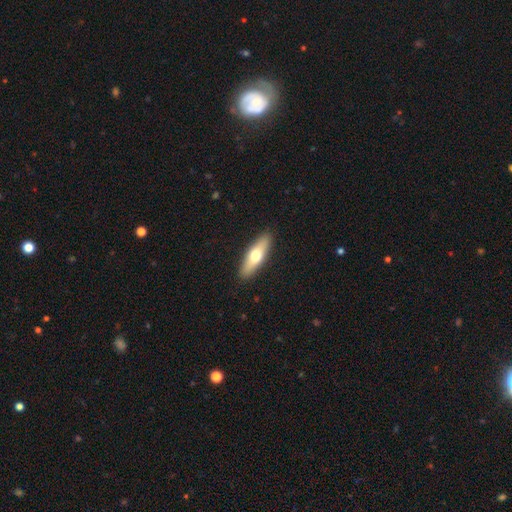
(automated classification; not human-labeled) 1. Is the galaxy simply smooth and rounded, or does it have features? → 61% smooth, 33% featured or disk, 5% star or artifact.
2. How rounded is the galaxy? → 56% cigar-shaped, 41% in between, 2% round.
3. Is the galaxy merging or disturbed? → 90% none, 7% minor disturbance, 2% major disturbance, 1% merger.